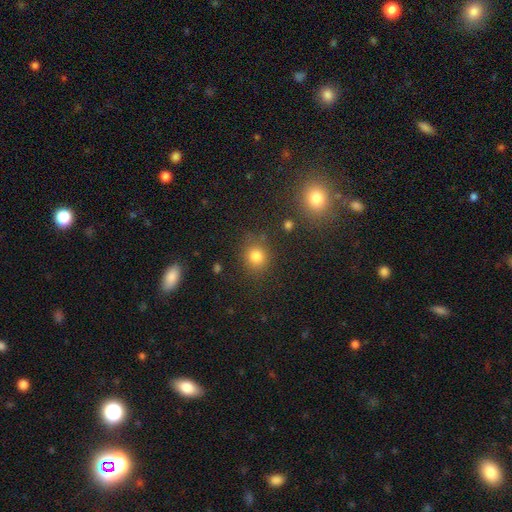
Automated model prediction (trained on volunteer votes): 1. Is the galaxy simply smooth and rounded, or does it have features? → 80% smooth, 14% star or artifact, 6% featured or disk.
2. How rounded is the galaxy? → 79% round, 20% in between, 1% cigar-shaped.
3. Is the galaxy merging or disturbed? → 79% none, 11% minor disturbance, 5% major disturbance, 4% merger.